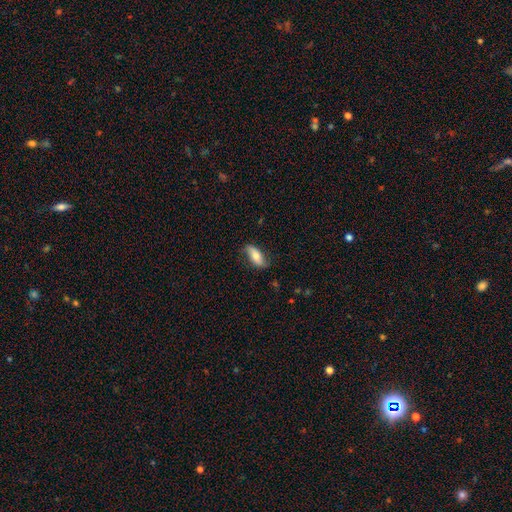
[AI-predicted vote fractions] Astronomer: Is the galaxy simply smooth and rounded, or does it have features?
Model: smooth — 59% (runner-up: featured or disk, 35%).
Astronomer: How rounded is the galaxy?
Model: in between — 76%.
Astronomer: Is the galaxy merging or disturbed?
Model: none — 75%.